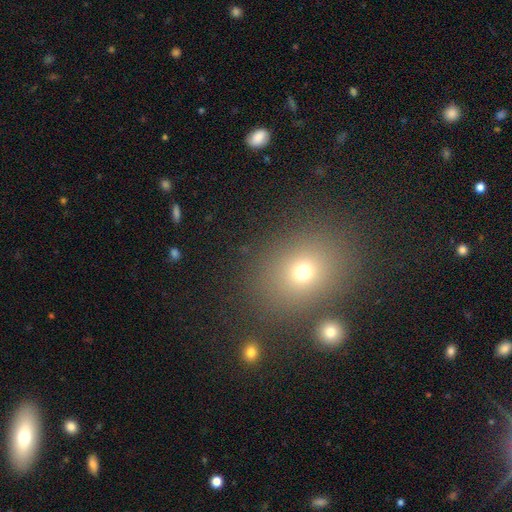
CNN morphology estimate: type=smooth (64%); roundness=round (57%); merging=none (83%).